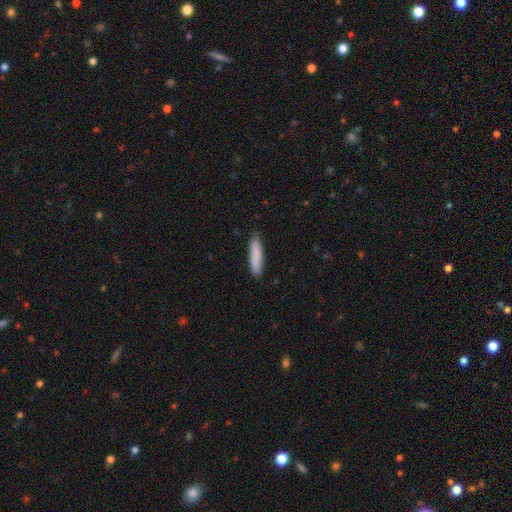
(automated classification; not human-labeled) This is clearly a smooth galaxy (86%). How rounded: clearly cigar-shaped (82%). Merging: clearly none (85%).